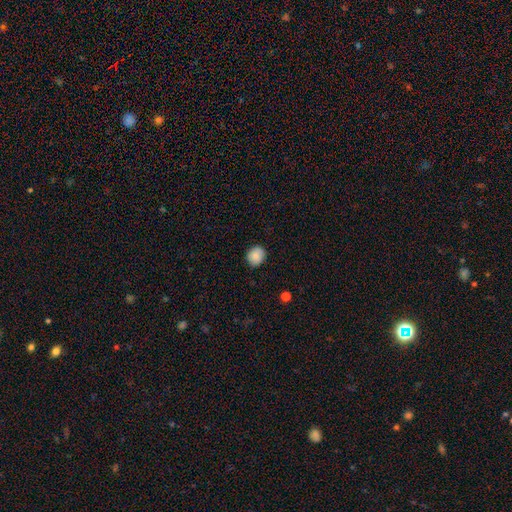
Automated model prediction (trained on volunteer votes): A smooth galaxy with no disk features (85%) that is round (69%).

Vote fractions:
- Smooth or featured? smooth: 85% / star or artifact: 8% / featured or disk: 7%
- How rounded? round: 69% / in between: 30% / cigar-shaped: 1%
- Merging? none: 84% / minor disturbance: 13% / major disturbance: 2% / merger: 1%